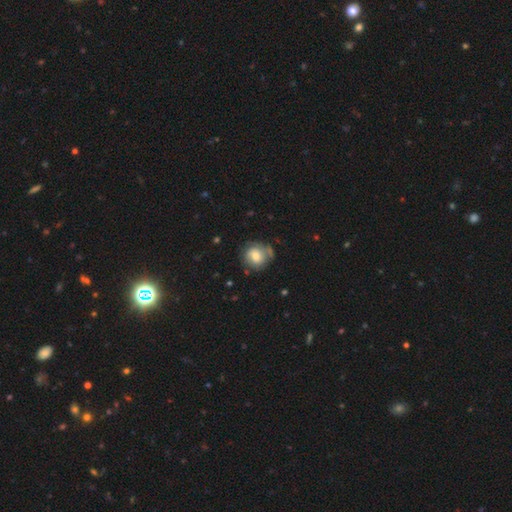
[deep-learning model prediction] smooth-or-featured: smooth: 61% | featured or disk: 31% | star or artifact: 8%
  how-rounded: round: 84% | in between: 15% | cigar-shaped: 1%
  merging: none: 64% | minor disturbance: 22% | major disturbance: 9% | merger: 5%